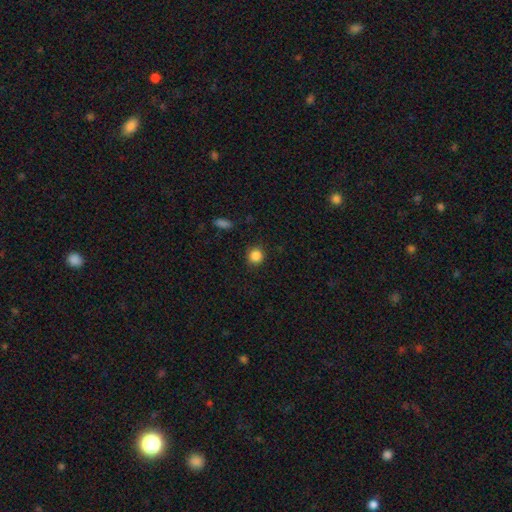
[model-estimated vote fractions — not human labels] This appears to be a smooth galaxy with no disk features (86%) that is round (92%). Merging: none (90%).